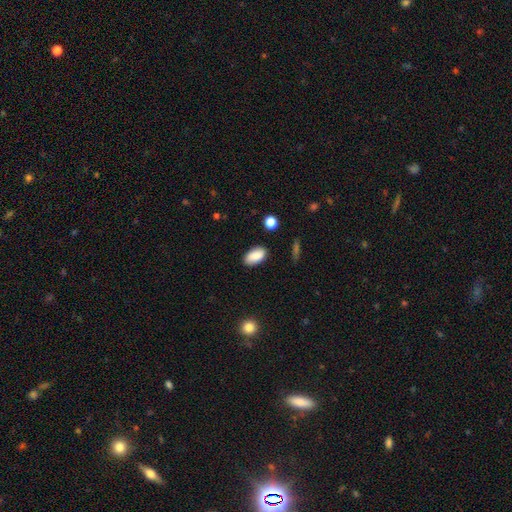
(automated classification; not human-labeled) Morphology: type=smooth (87%); roundness=in between (93%); merging=none (84%).